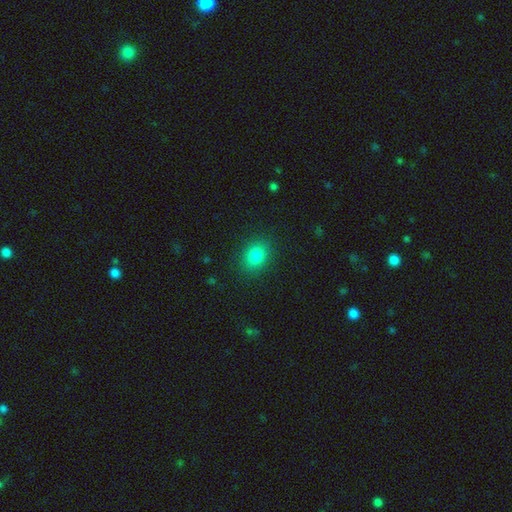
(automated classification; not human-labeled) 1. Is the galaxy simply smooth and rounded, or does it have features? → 83% smooth, 11% star or artifact, 6% featured or disk.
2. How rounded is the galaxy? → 57% in between, 42% round, 1% cigar-shaped.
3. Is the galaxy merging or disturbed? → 88% none, 9% minor disturbance, 3% major disturbance, 1% merger.